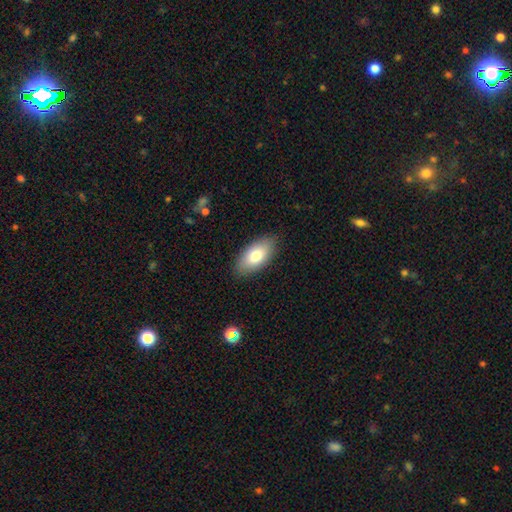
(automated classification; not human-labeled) Smooth or featured? Predicted: smooth (p=0.78). How rounded? Predicted: in between (p=0.92). Merging? Predicted: none (p=0.87).